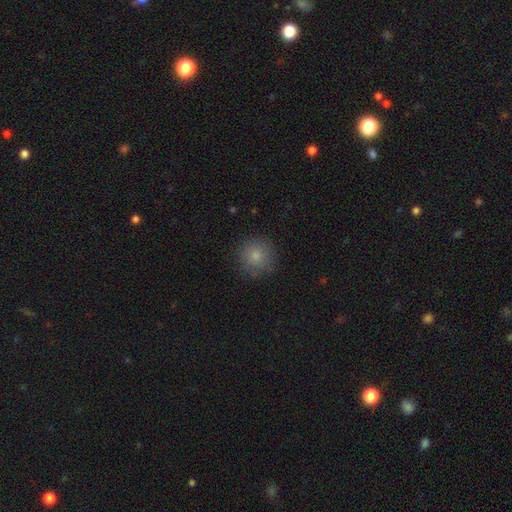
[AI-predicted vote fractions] smooth_or_featured: smooth (p=0.82) [alt: star or artifact p=0.11]
how_rounded: round (p=0.94) [alt: in between p=0.05]
merging: none (p=0.86) [alt: minor disturbance p=0.10]